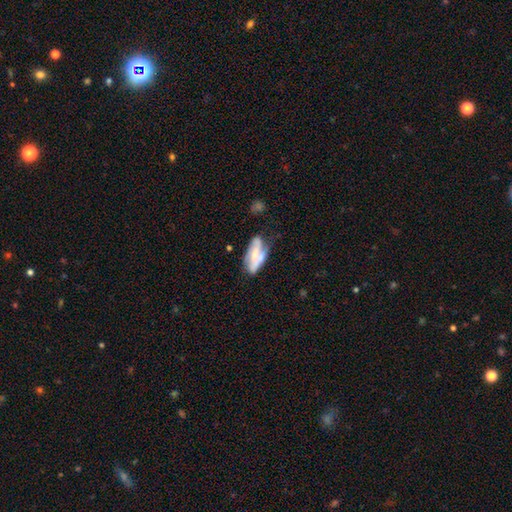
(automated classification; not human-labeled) This appears to be a featured or disk galaxy (53%). Merging: none (43%).